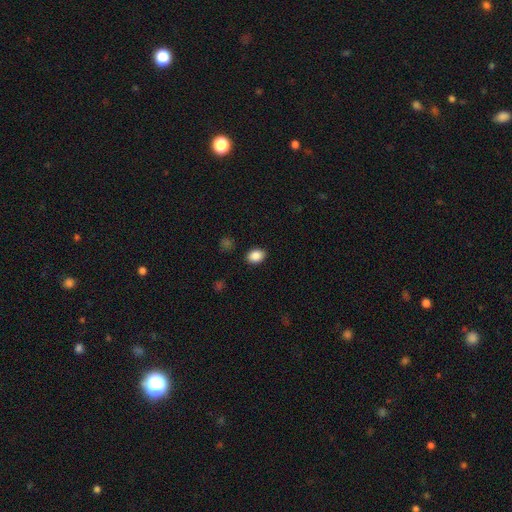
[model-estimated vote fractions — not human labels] Smooth or featured? smooth (88%)
How rounded? in between (68%)
Merging? none (88%)